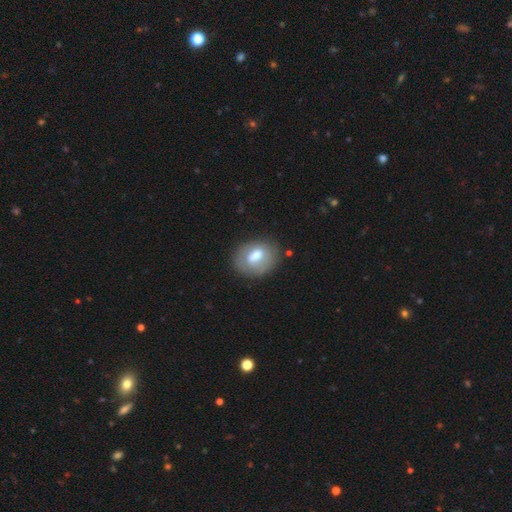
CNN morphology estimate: A smooth galaxy with no disk features (59%) that is in between round and cigar-shaped (69%). Merging: none (73%).